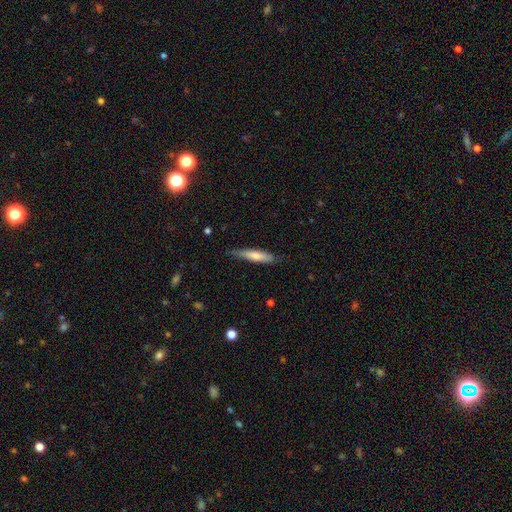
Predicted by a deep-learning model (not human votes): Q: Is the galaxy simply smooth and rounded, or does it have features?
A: smooth — 67%.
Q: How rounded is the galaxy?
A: cigar-shaped — 82%.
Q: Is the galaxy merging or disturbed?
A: none — 74%.